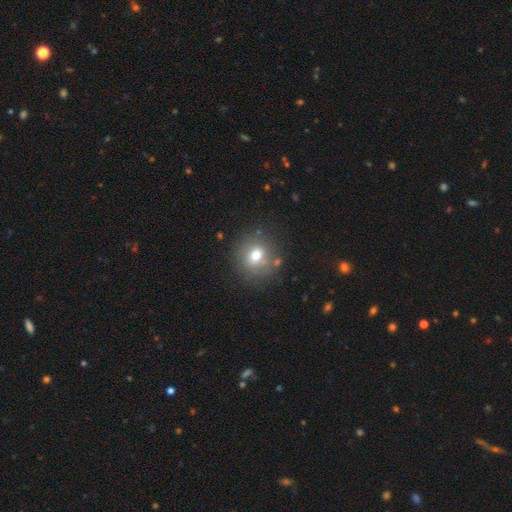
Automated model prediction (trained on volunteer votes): The model was most divided on "smooth or featured": smooth: 69%, featured or disk: 18%, star or artifact: 13%. More confident: how rounded — round (84%); merging — none (76%).